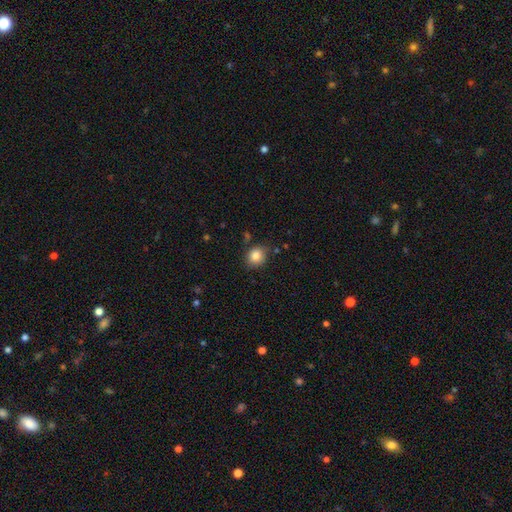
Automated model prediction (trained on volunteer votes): A smooth galaxy with no disk features (85%) that is round (69%). Merging: none (82%).